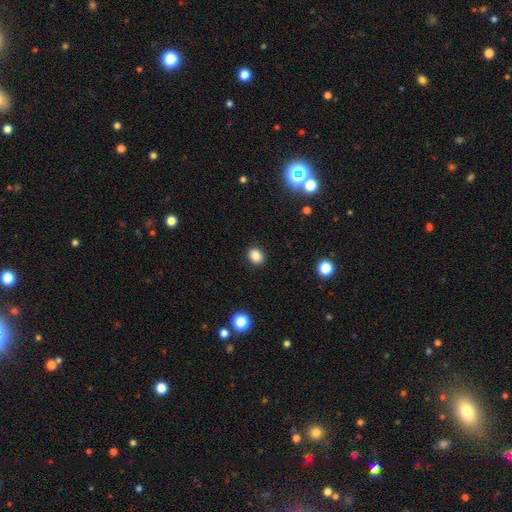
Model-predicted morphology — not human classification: Smooth or featured? smooth (86%)
How rounded? round (55%)
Merging? none (90%)